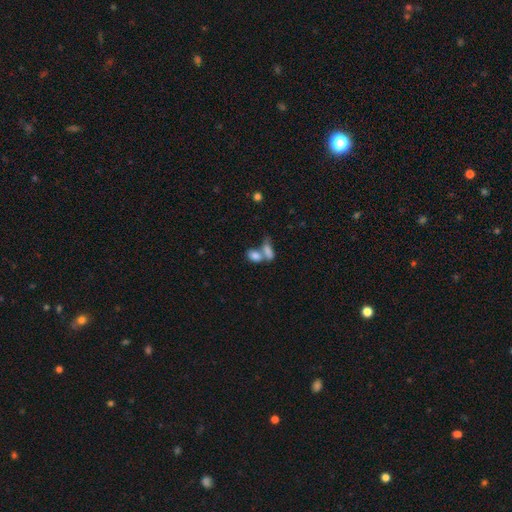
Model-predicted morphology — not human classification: This is clearly a smooth galaxy (81%). How rounded: clearly in between (85%). Merging: possibly merger (60%).